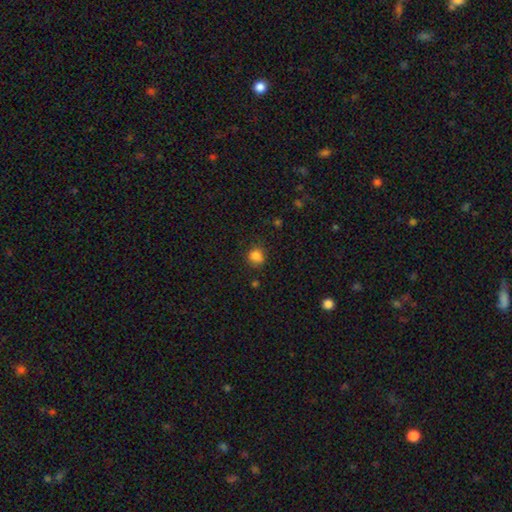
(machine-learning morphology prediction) This appears to be a smooth galaxy with no disk features (82%) that is round (79%). Merging: none (71%).